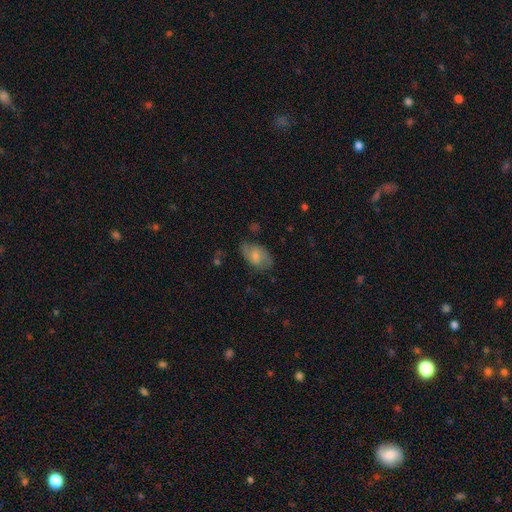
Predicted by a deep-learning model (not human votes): A smooth galaxy with no disk features (55%) that is in between round and cigar-shaped (90%). Merging: none (65%).